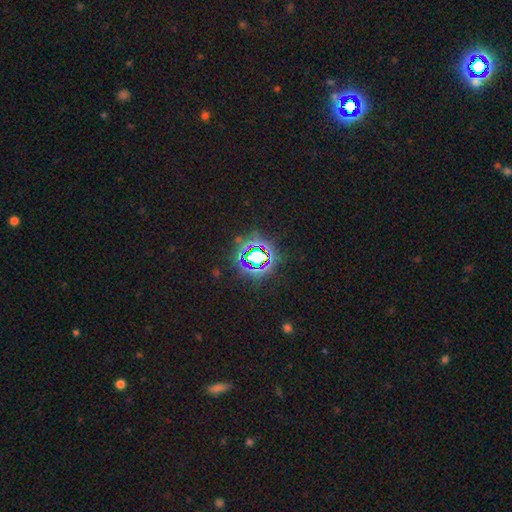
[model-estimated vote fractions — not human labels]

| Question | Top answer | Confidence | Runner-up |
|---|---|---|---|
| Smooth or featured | star or artifact | 71% | smooth (18%) |